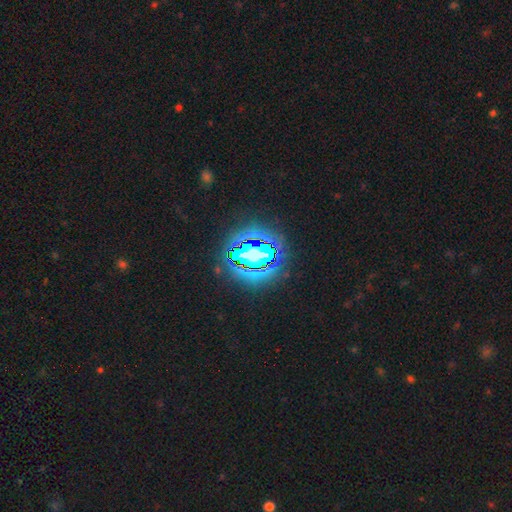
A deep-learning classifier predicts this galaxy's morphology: star or artifact 80%, smooth 12%, featured or disk 8%.